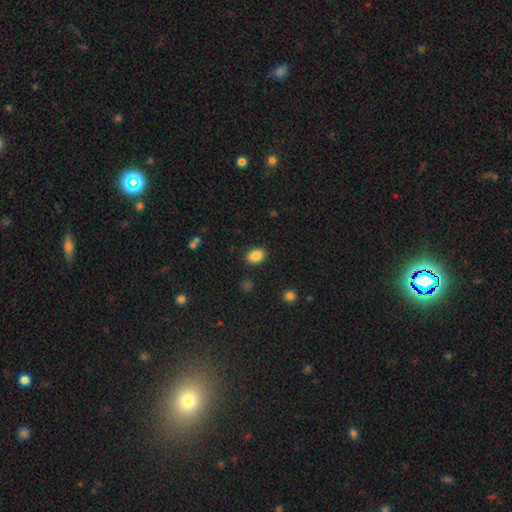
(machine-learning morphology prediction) Smooth or featured? Predicted: smooth (p=0.87). How rounded? Predicted: in between (p=0.70). Merging? Predicted: none (p=0.88).